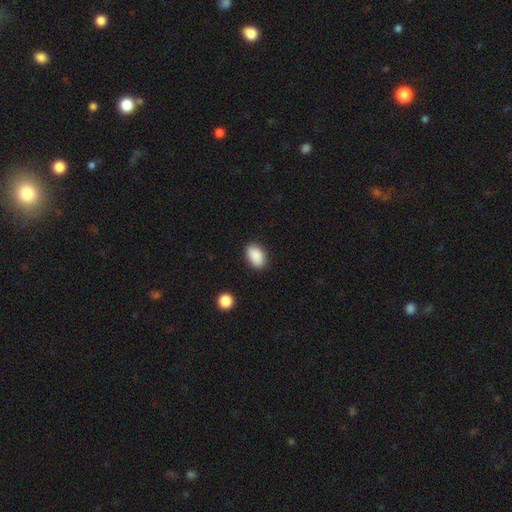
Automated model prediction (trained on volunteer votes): smooth 90%, star or artifact 7%, featured or disk 3%. Down the decision tree: how rounded — in between (90%); merging — none (86%).